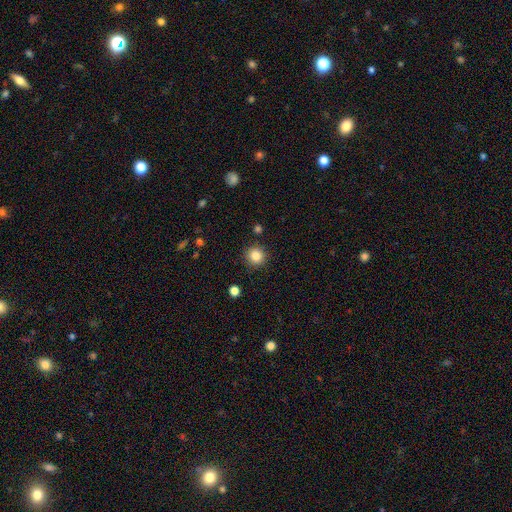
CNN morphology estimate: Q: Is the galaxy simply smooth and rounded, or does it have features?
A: smooth — 84%.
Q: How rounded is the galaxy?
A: round — 93%.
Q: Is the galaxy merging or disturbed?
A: none — 90%.